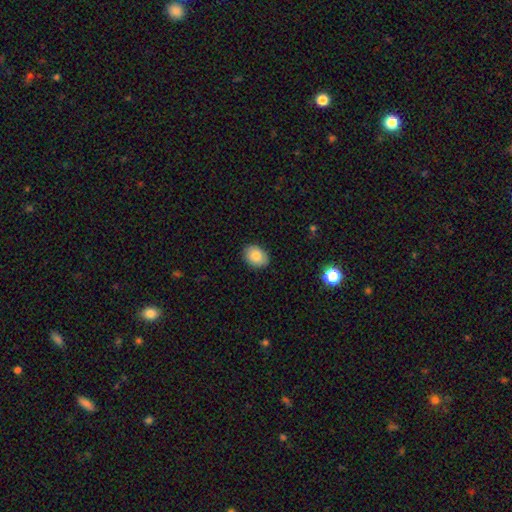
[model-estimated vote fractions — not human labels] A smooth galaxy with no disk features (84%) that is in between round and cigar-shaped (69%). Merging: none (87%).